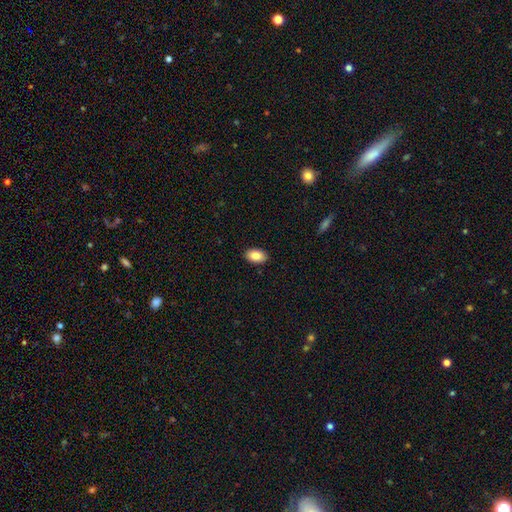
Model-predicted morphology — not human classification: A smooth galaxy with no disk features (87%) that is in between round and cigar-shaped (92%).

Vote fractions:
- Smooth or featured? smooth: 87% / star or artifact: 7% / featured or disk: 6%
- How rounded? in between: 92% / round: 6% / cigar-shaped: 1%
- Merging? none: 90% / minor disturbance: 8% / major disturbance: 2% / merger: 1%